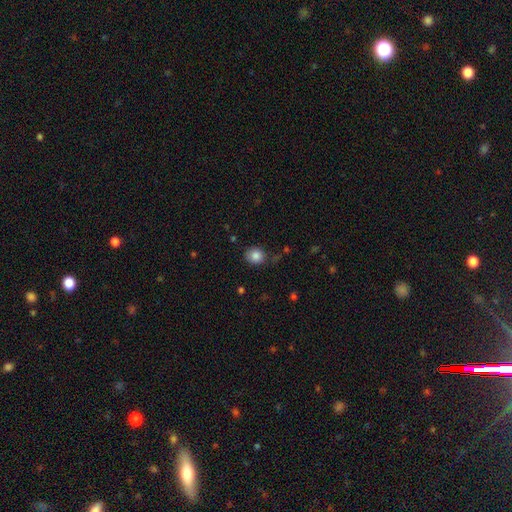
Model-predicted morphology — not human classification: This is clearly a smooth galaxy (85%). How rounded: likely round (72%). Merging: likely none (77%).